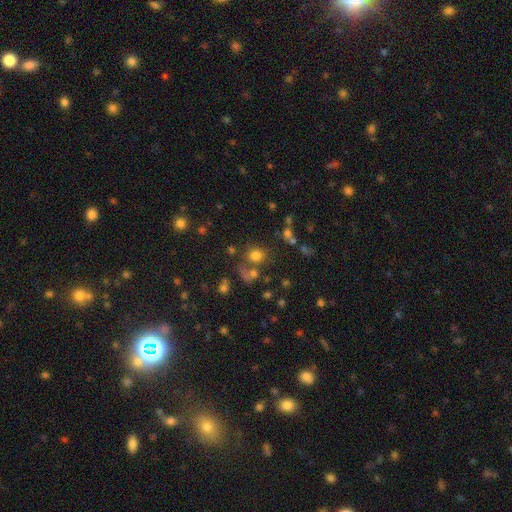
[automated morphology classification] Q: Smooth or featured?
A: smooth (72%); runner-up: star or artifact (19%)
Q: How rounded?
A: round (76%); runner-up: in between (23%)
Q: Merging?
A: none (65%); runner-up: merger (18%)